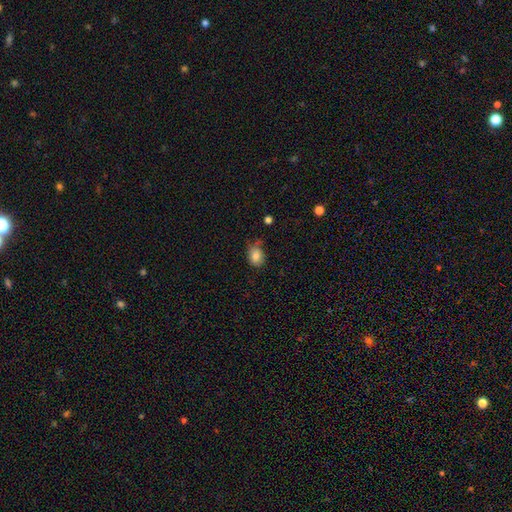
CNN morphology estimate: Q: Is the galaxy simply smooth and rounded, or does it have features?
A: smooth — 83%.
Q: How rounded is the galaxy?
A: in between — 63%.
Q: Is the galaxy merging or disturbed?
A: none — 54%.